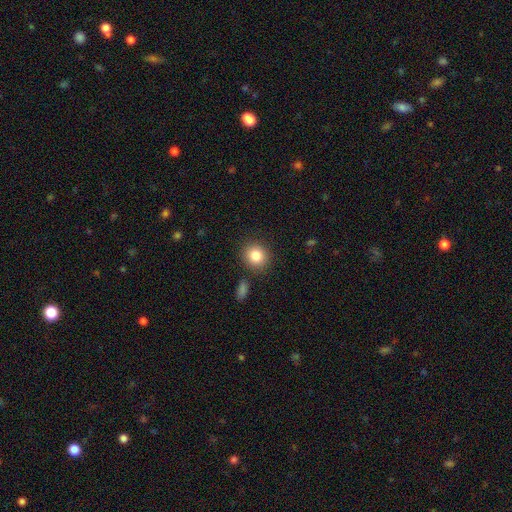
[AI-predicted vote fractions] Smooth or featured: smooth — 84% (star or artifact — 9%)
How rounded: round — 83% (in between — 16%)
Merging: none — 86% (minor disturbance — 8%)